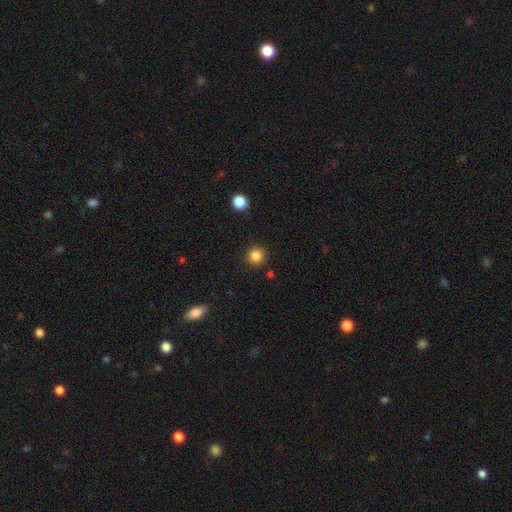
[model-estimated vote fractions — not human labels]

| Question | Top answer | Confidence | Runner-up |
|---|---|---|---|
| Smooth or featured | smooth | 85% | star or artifact (12%) |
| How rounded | round | 94% | in between (5%) |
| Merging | none | 90% | minor disturbance (6%) |